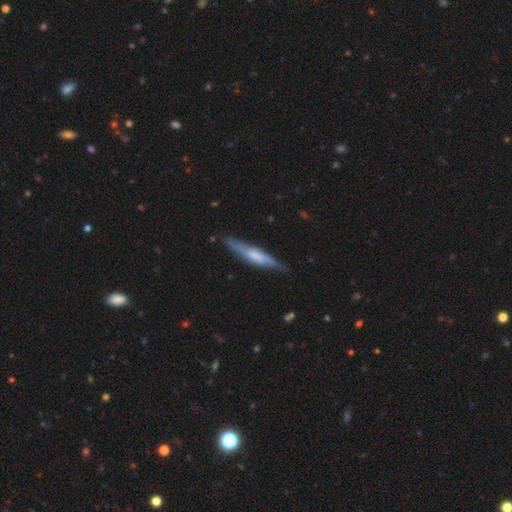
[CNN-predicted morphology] A featured or disk galaxy (52%) viewed edge-on (90%). Merging: none (79%).